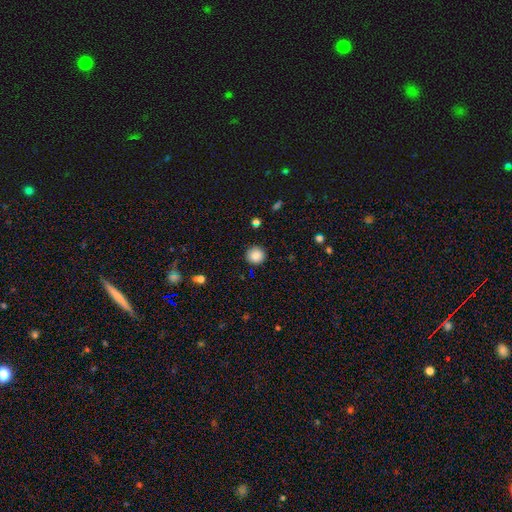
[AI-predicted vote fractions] smooth_or_featured: smooth (p=0.86) [alt: star or artifact p=0.10]
how_rounded: round (p=0.93) [alt: in between p=0.06]
merging: none (p=0.90) [alt: minor disturbance p=0.07]